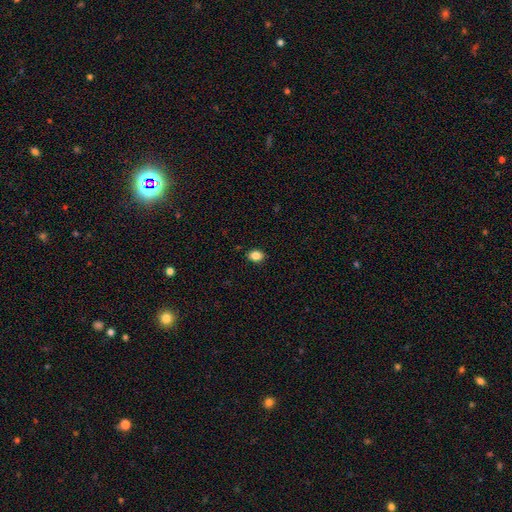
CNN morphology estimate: Smooth or featured?
  - smooth: 86% *
  - star or artifact: 10%
  - featured or disk: 4%
How rounded?
  - in between: 64% *
  - round: 35%
  - cigar-shaped: 1%
Merging?
  - none: 89% *
  - minor disturbance: 8%
  - major disturbance: 2%
  - merger: 1%